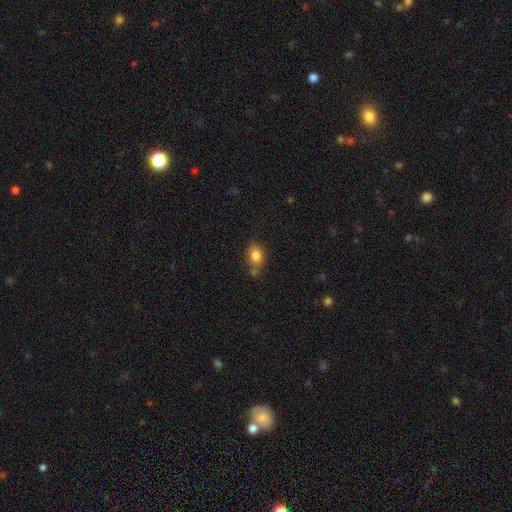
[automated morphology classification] Overall: smooth (83%). How rounded: in between (62%; round 37%). Merging: none (63%).